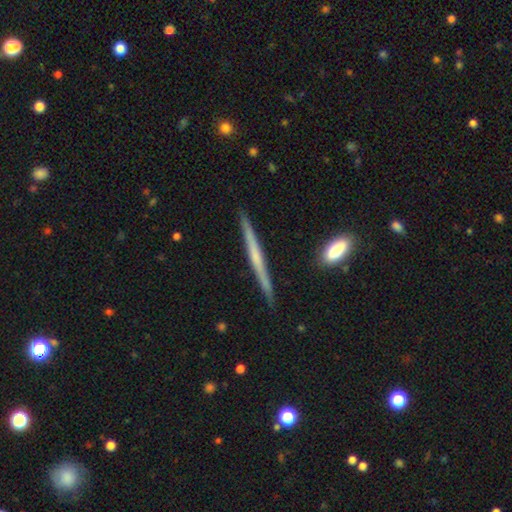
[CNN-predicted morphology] featured or disk 61%, smooth 33%, star or artifact 6%. Down the decision tree: edge-on disk — yes (98%); edge-on bulge — none (67%); merging — none (90%).